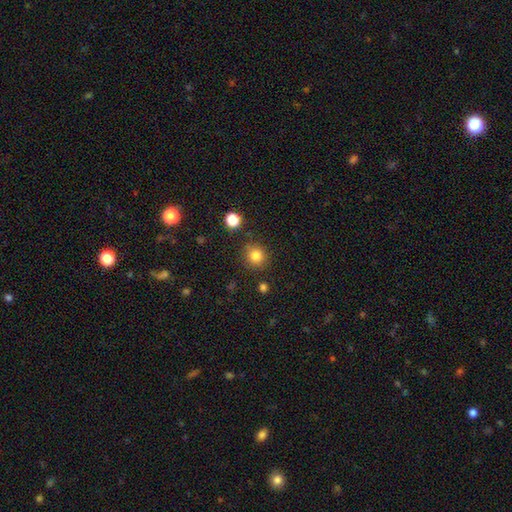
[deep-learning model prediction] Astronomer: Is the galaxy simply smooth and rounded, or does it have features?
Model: smooth — 83%.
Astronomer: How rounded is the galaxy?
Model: round — 91%.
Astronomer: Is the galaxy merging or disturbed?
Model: none — 84%.